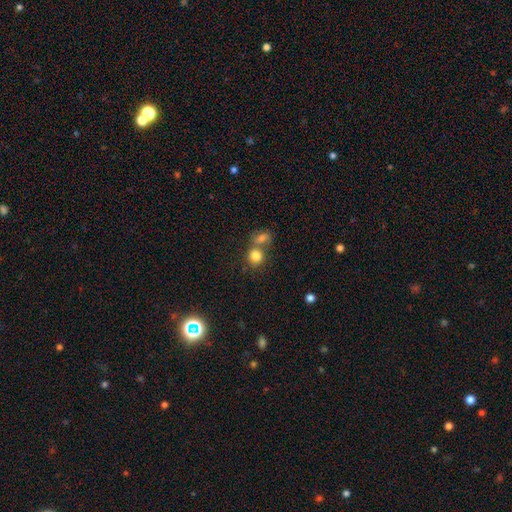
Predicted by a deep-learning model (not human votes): Smooth or featured?
  - smooth: 82% *
  - star or artifact: 10%
  - featured or disk: 8%
How rounded?
  - round: 71% *
  - in between: 28%
  - cigar-shaped: 1%
Merging?
  - merger: 47% *
  - none: 40%
  - minor disturbance: 9%
  - major disturbance: 4%